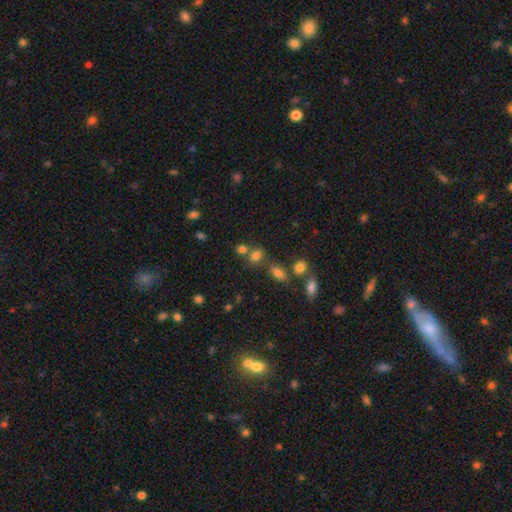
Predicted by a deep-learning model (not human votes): A smooth galaxy with no disk features (73%) that is in between round and cigar-shaped (56%).

Vote fractions:
- Smooth or featured? smooth: 73% / star or artifact: 18% / featured or disk: 9%
- How rounded? in between: 56% / round: 42% / cigar-shaped: 2%
- Merging? none: 51% / merger: 31% / minor disturbance: 12% / major disturbance: 6%